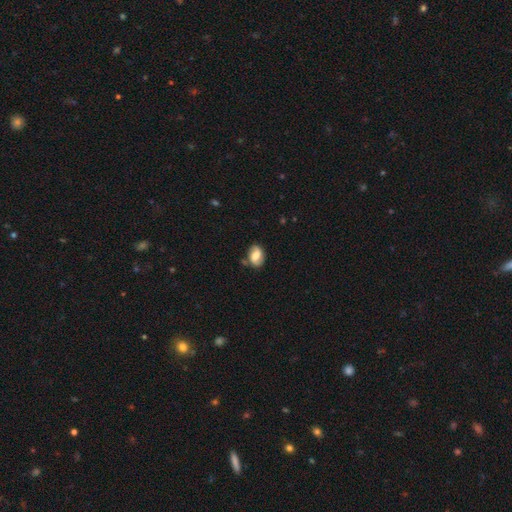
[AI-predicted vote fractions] Smooth or featured: smooth — 46% (tied with featured or disk — 46%)
Merging: none — 74% (minor disturbance — 17%)